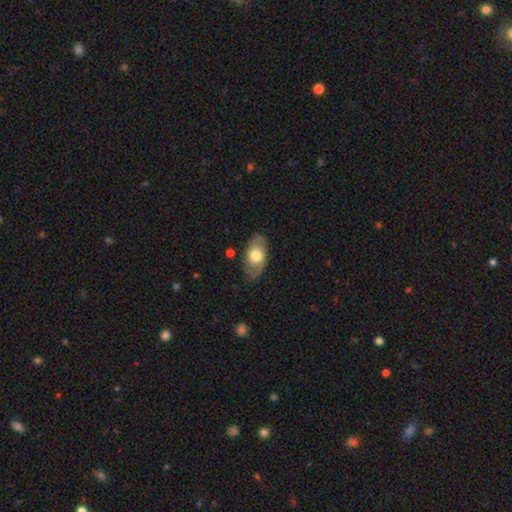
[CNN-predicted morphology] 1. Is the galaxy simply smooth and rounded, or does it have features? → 52% smooth, 43% featured or disk, 6% star or artifact.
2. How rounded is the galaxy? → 91% in between, 7% round, 2% cigar-shaped.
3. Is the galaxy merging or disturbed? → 76% none, 18% minor disturbance, 5% major disturbance, 1% merger.